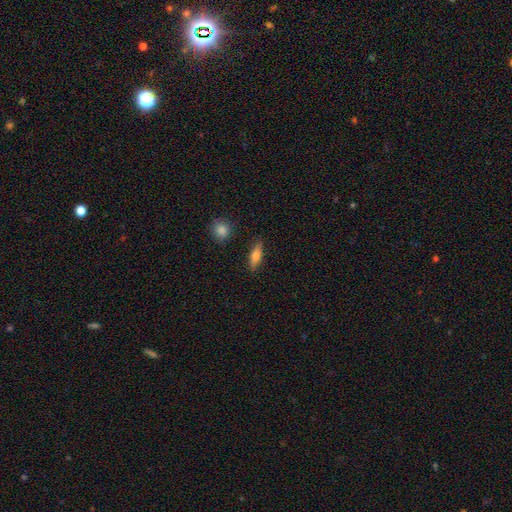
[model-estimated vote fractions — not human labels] Q: Smooth or featured?
A: smooth (70%); runner-up: featured or disk (23%)
Q: How rounded?
A: in between (54%); runner-up: cigar-shaped (42%)
Q: Merging?
A: none (85%); runner-up: minor disturbance (10%)